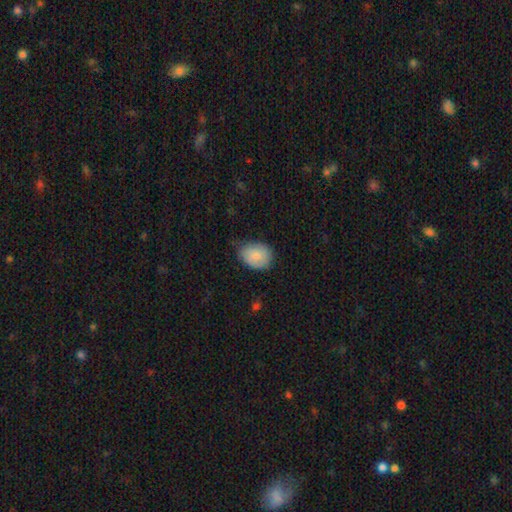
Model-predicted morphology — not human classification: The model was most divided on "merging": none: 59%, minor disturbance: 33%, major disturbance: 6%, merger: 1%. More confident: smooth or featured — smooth (77%); how rounded — in between (70%).